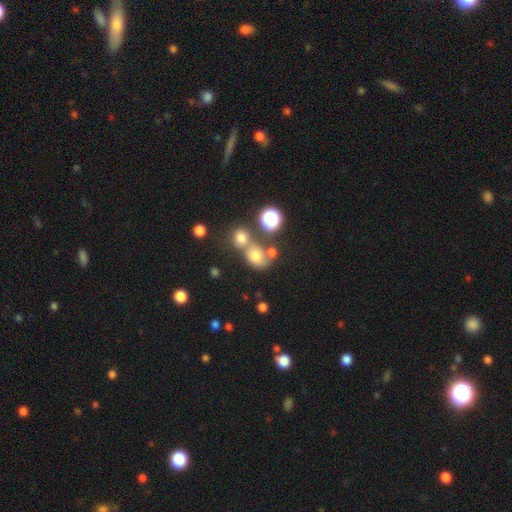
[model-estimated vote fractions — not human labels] A smooth galaxy with no disk features (68%) that is round (64%). Merging: none (46%).